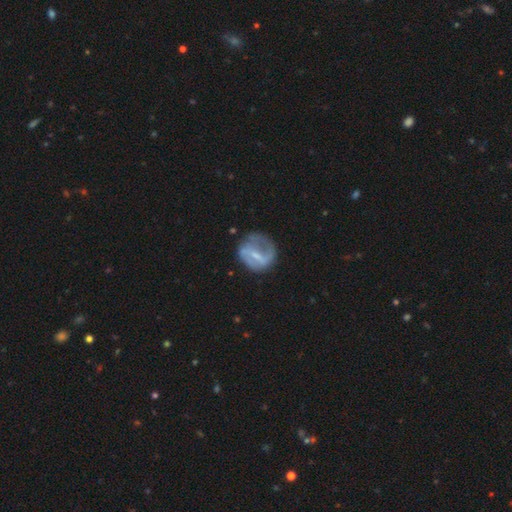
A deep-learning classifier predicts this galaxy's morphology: This is likely a featured or disk galaxy (62%). It is clearly not viewed edge-on (96%). Bar: marginally weak (44%). Spiral arm pattern: likely yes (61%). Central bulge: possibly small (50%). Merging: possibly none (53%).